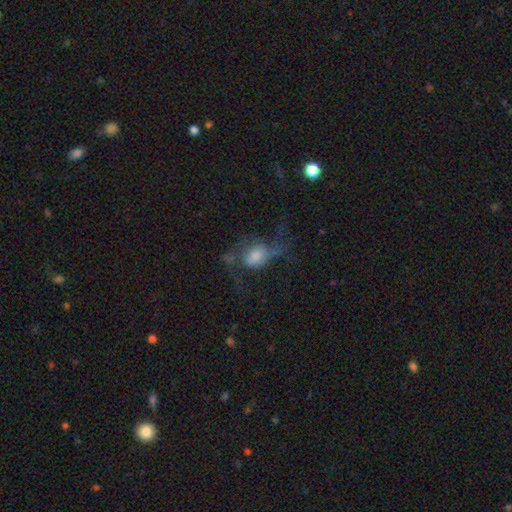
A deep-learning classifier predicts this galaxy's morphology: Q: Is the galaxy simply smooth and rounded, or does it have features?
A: featured or disk — 53%.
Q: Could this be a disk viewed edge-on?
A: no — 94%.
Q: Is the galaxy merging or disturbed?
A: major disturbance — 43%.